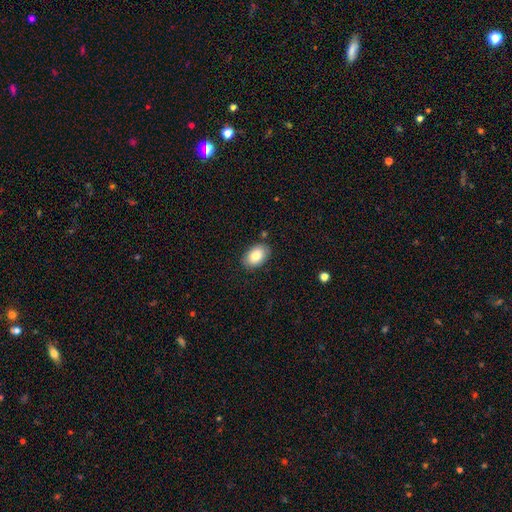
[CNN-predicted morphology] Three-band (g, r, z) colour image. It shows a smooth galaxy with no disk features (81%) that is in between round and cigar-shaped (88%). Merging: none (84%).